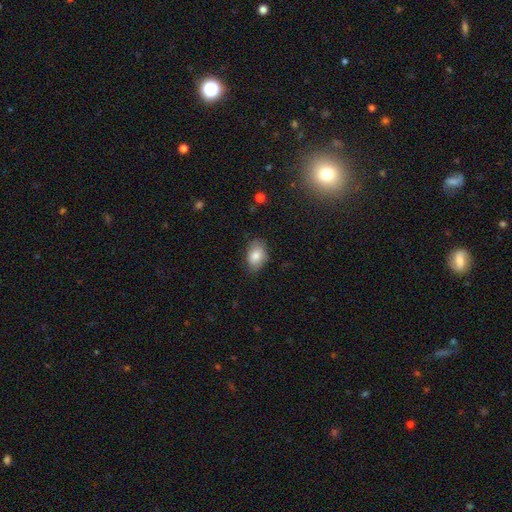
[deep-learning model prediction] This is clearly a smooth galaxy (82%). How rounded: clearly in between (85%). Merging: likely none (76%).